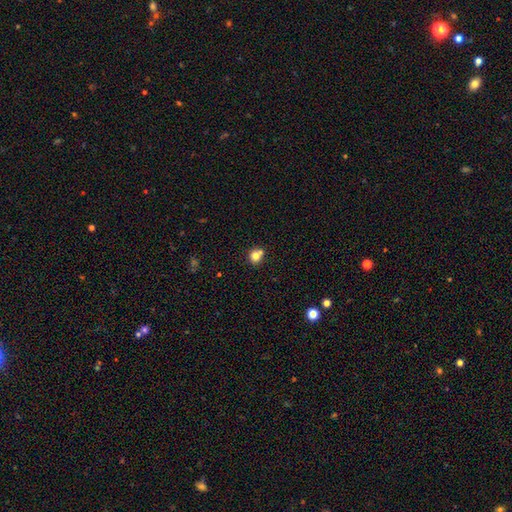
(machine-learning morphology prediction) Smooth or featured? smooth (78%)
How rounded? round (85%)
Merging? none (57%)